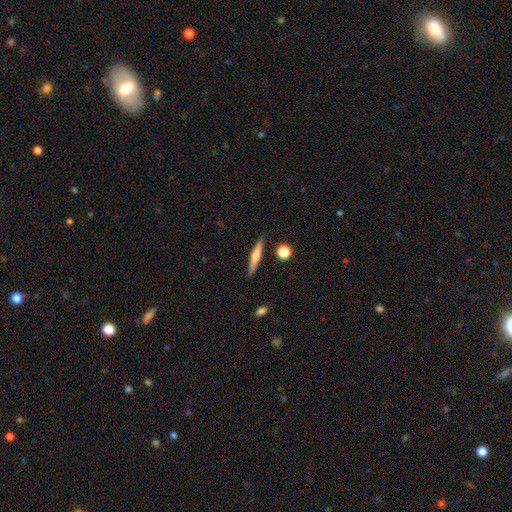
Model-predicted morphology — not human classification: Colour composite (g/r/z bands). It shows a smooth galaxy with no disk features (54%) that is cigar-shaped (90%). Merging: none (86%).